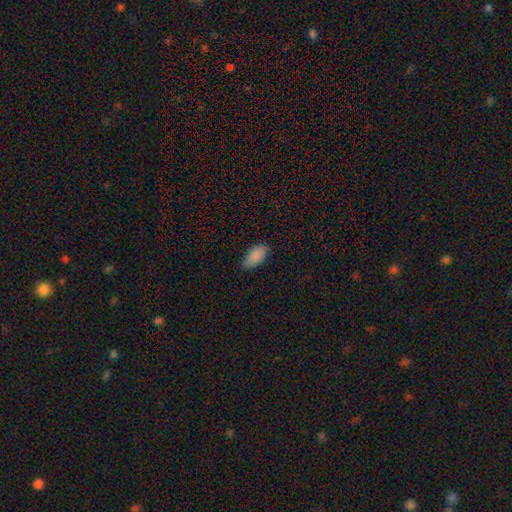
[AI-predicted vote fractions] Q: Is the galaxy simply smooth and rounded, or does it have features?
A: smooth — 88%.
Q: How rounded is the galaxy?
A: in between — 93%.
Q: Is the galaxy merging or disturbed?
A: none — 77%.